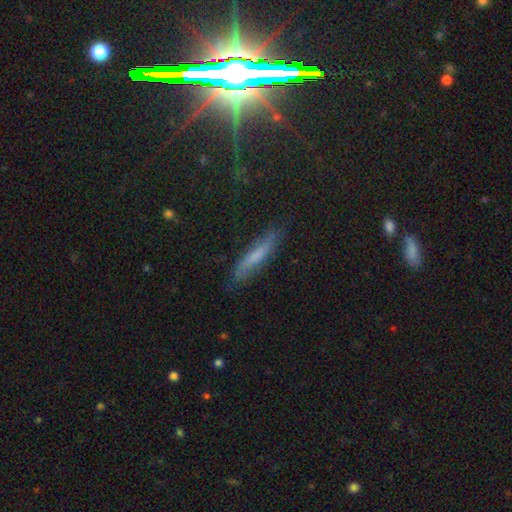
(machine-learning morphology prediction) A smooth galaxy with no disk features (58%) that is cigar-shaped (89%). Merging: none (78%).